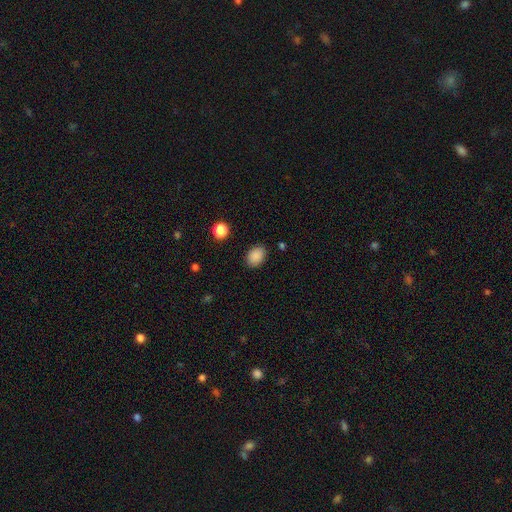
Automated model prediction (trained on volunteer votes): Smooth or featured? Predicted: smooth (p=0.88). How rounded? Predicted: in between (p=0.73). Merging? Predicted: none (p=0.86).